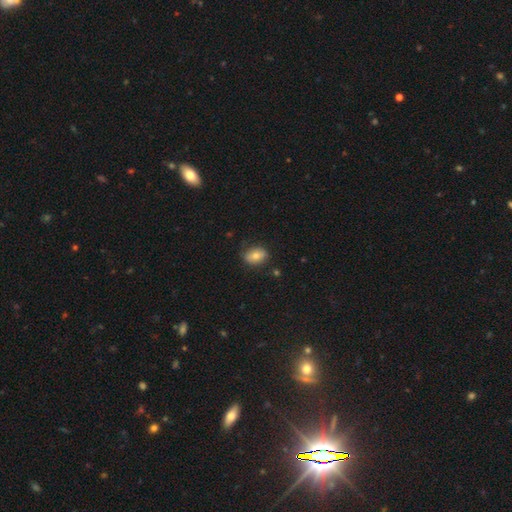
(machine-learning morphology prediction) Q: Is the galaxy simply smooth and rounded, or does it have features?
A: smooth — 76%.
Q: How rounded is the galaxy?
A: in between — 74%.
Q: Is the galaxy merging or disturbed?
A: none — 77%.